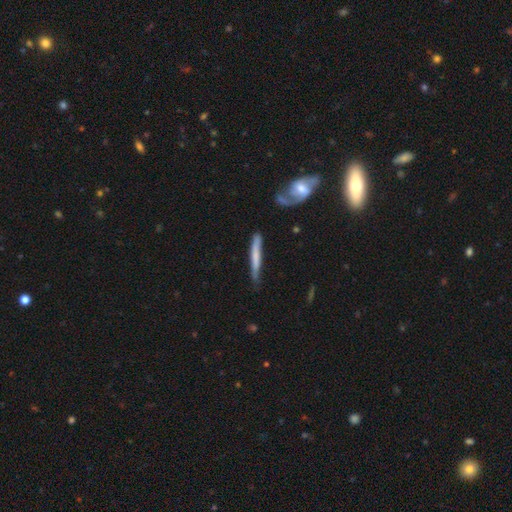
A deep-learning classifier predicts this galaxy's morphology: smooth 56%, featured or disk 39%, star or artifact 5%. Down the decision tree: how rounded — cigar-shaped (94%); merging — none (68%).